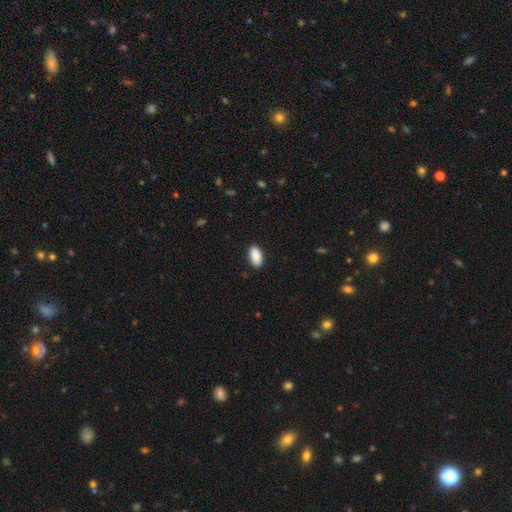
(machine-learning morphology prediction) A smooth galaxy with no disk features (91%) that is in between round and cigar-shaped (92%).

Vote fractions:
- Smooth or featured? smooth: 91% / star or artifact: 6% / featured or disk: 3%
- How rounded? in between: 92% / cigar-shaped: 6% / round: 2%
- Merging? none: 88% / minor disturbance: 9% / major disturbance: 2% / merger: 1%